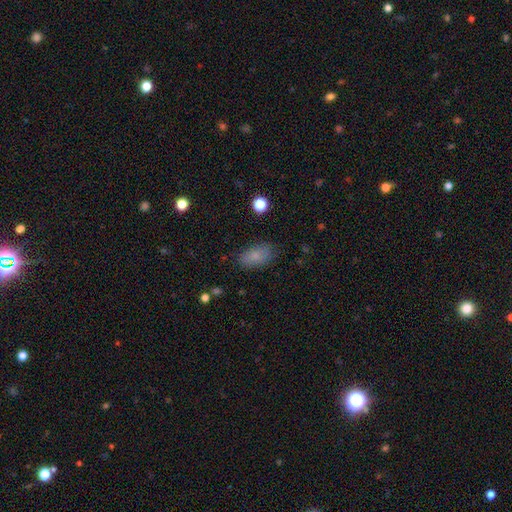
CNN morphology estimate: A smooth galaxy with no disk features (80%) that is in between round and cigar-shaped (91%). Merging: none (81%).